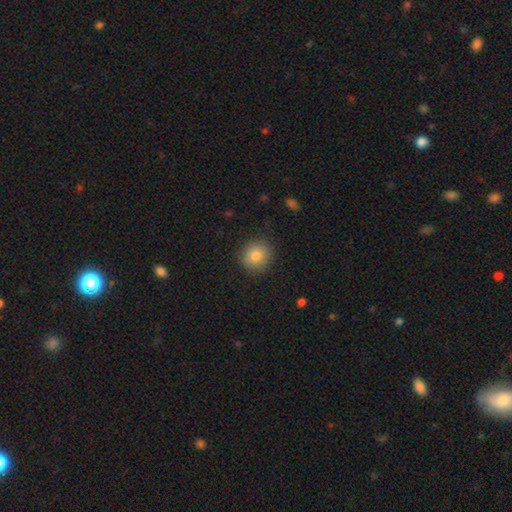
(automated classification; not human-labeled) Overall: smooth (82%). How rounded: round (87%). Merging: none (89%).